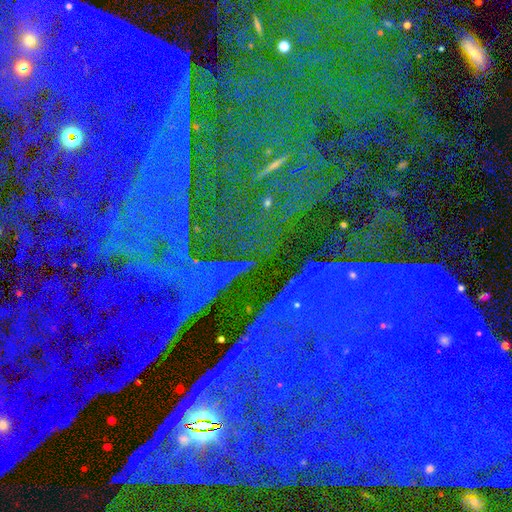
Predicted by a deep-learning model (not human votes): smooth-or-featured: star or artifact: 88% | featured or disk: 6% | smooth: 6%